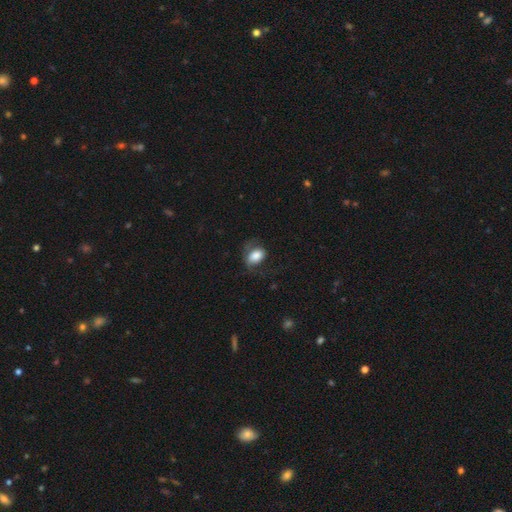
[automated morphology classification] Smooth or featured? smooth (73%)
How rounded? in between (78%)
Merging? none (48%)